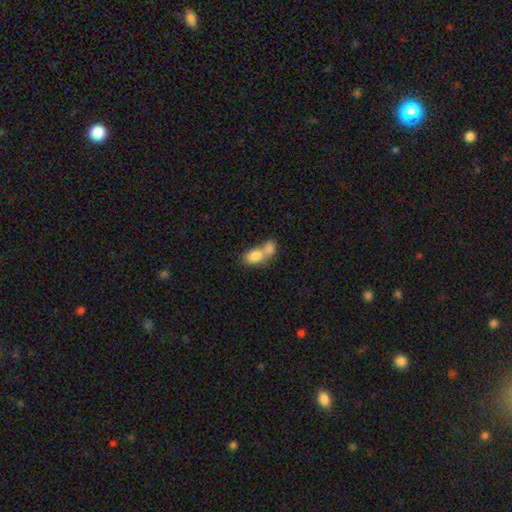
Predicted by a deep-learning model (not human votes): smooth 80%, featured or disk 13%, star or artifact 7%. Down the decision tree: how rounded — in between (83%); merging — merger (71%).